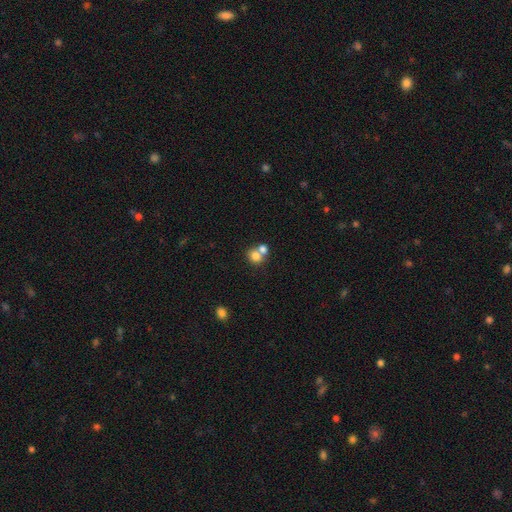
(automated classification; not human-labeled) A smooth galaxy with no disk features (77%) that is round (66%). Merging: merger (55%).